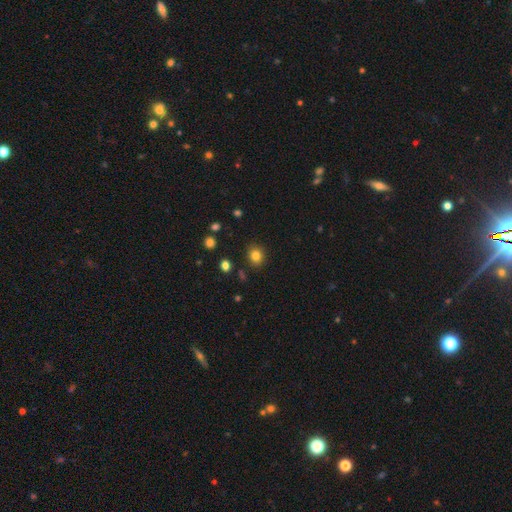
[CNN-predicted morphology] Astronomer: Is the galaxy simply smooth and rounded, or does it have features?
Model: smooth — 82%.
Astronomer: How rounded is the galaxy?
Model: round — 77%.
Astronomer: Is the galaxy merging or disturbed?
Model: none — 87%.